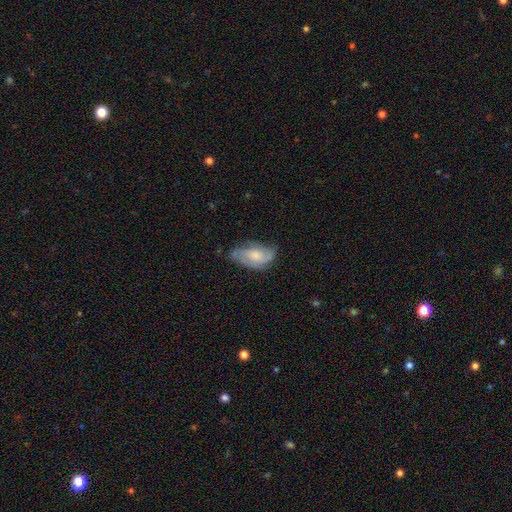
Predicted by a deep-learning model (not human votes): Overall: featured or disk (53%; smooth 39%). Edge-on disk: no (94%). Bar: no (66%; weak 29%). Spiral arms: yes (82%). Bulge size: moderate (42%; small 32%). Merging: none (50%; minor disturbance 32%).